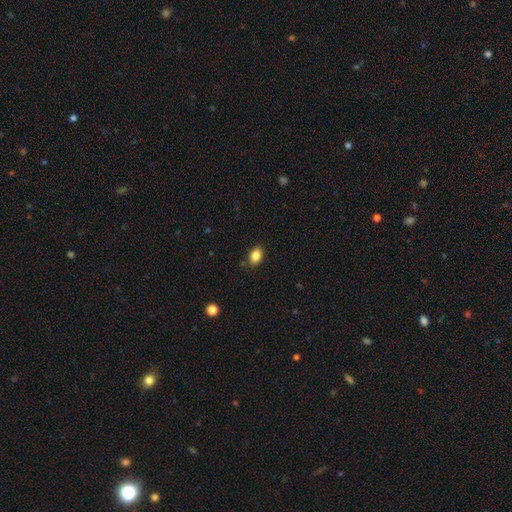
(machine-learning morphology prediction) smooth_or_featured: smooth (p=0.85) [alt: star or artifact p=0.09]
how_rounded: in between (p=0.85) [alt: round p=0.14]
merging: none (p=0.87) [alt: minor disturbance p=0.10]